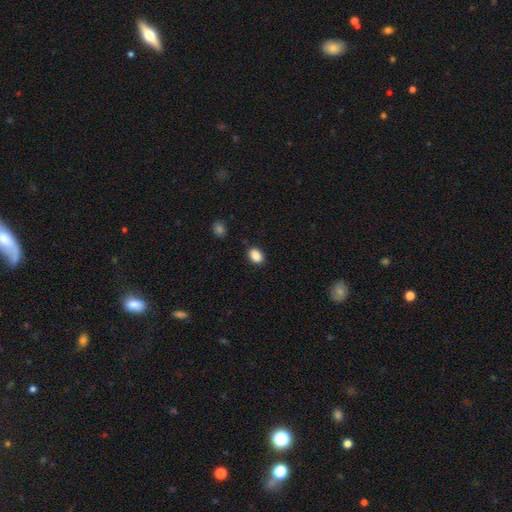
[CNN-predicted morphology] Smooth or featured: smooth — 88% (star or artifact — 9%)
How rounded: in between — 73% (round — 26%)
Merging: none — 84% (minor disturbance — 11%)